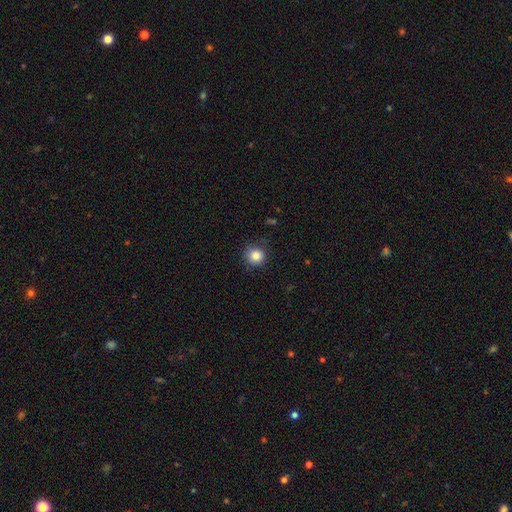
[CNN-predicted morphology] A smooth galaxy with no disk features (86%) that is round (92%). Merging: none (83%).